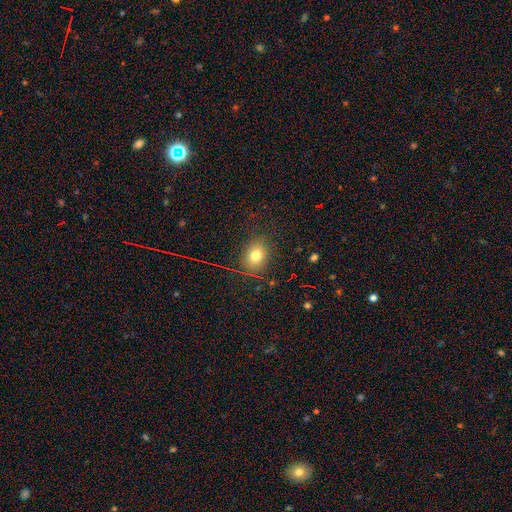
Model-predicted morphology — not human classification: A smooth galaxy with no disk features (73%) that is in between round and cigar-shaped (55%). Merging: none (83%).